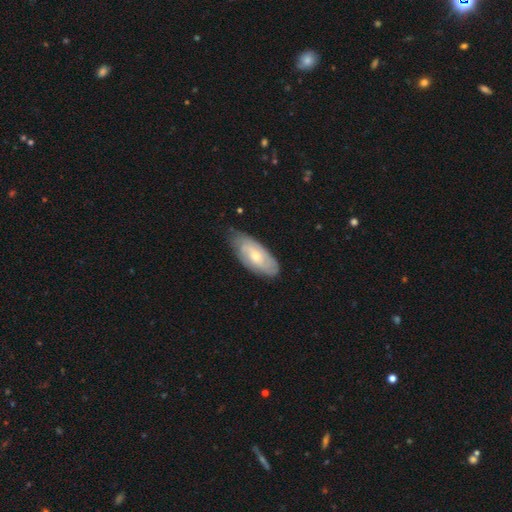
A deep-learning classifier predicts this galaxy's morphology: A featured or disk galaxy (54%).

Vote fractions:
- Smooth or featured? featured or disk: 54% / smooth: 41% / star or artifact: 6%
- Edge-on disk? no: 89% / yes: 11%
- Merging? none: 69% / minor disturbance: 25% / major disturbance: 5% / merger: 1%